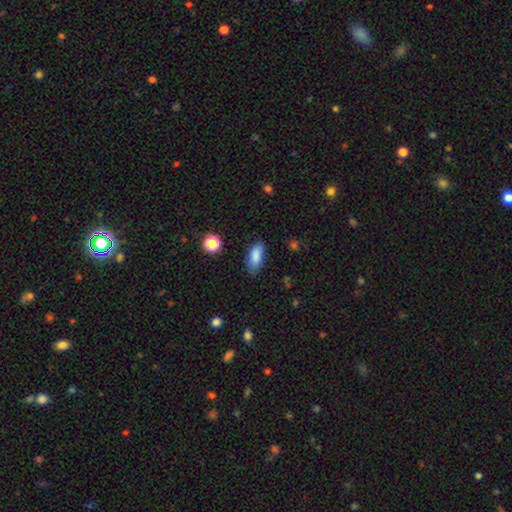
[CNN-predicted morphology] A smooth galaxy with no disk features (86%) that is in between round and cigar-shaped (84%).

Vote fractions:
- Smooth or featured? smooth: 86% / star or artifact: 8% / featured or disk: 6%
- How rounded? in between: 84% / cigar-shaped: 13% / round: 3%
- Merging? none: 76% / minor disturbance: 18% / major disturbance: 4% / merger: 2%